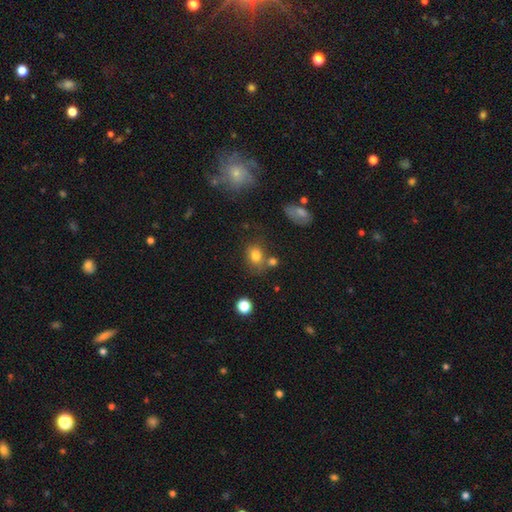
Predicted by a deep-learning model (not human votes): Smooth or featured: smooth — 79% (star or artifact — 12%)
How rounded: round — 53% (in between — 46%)
Merging: none — 63% (minor disturbance — 16%)